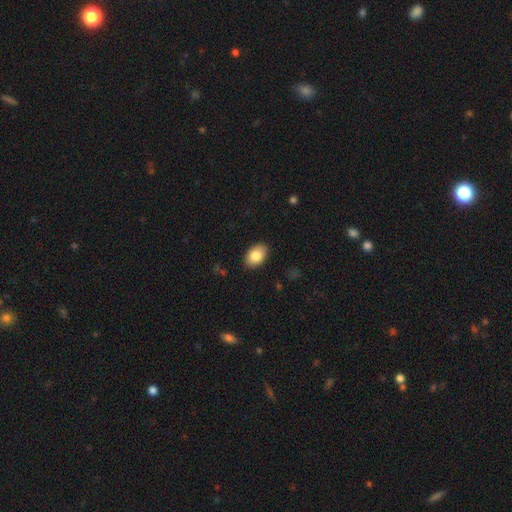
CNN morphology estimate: smooth-or-featured: smooth: 82% | featured or disk: 11% | star or artifact: 7%
  how-rounded: in between: 87% | round: 12% | cigar-shaped: 1%
  merging: none: 89% | minor disturbance: 8% | major disturbance: 2% | merger: 1%